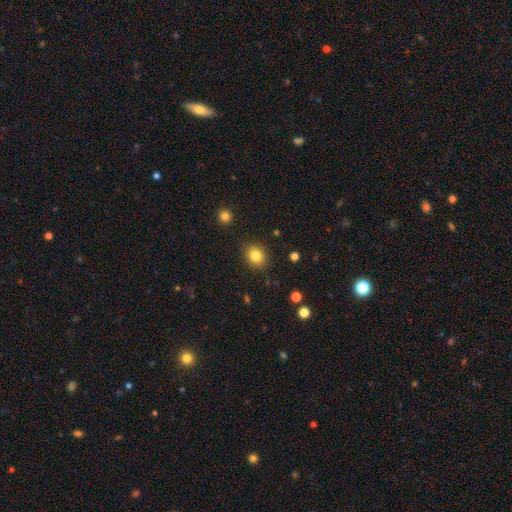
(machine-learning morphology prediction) The model was most divided on "how rounded": round: 65%, in between: 34%, cigar-shaped: 1%. More confident: merging — none (88%); smooth or featured — smooth (83%).